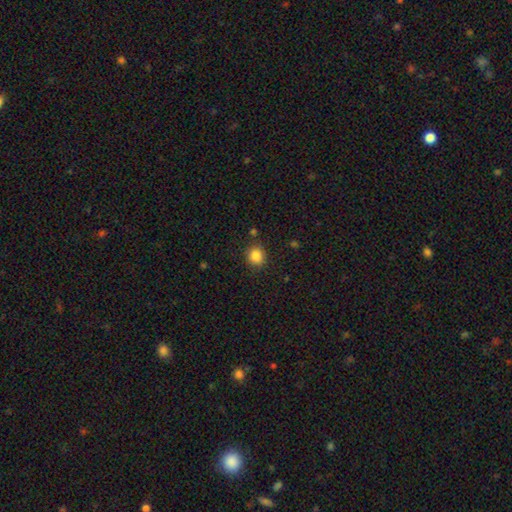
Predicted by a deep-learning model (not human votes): This appears to be a smooth galaxy with no disk features (85%) that is round (80%). Merging: none (86%).